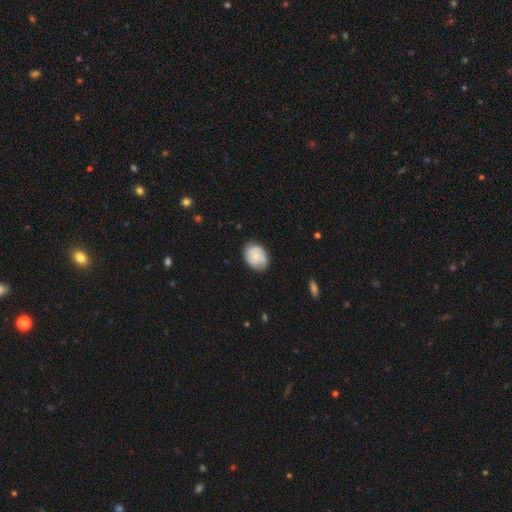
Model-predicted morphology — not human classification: This appears to be a smooth galaxy with no disk features (57%) that is in between round and cigar-shaped (55%). Merging: none (74%).